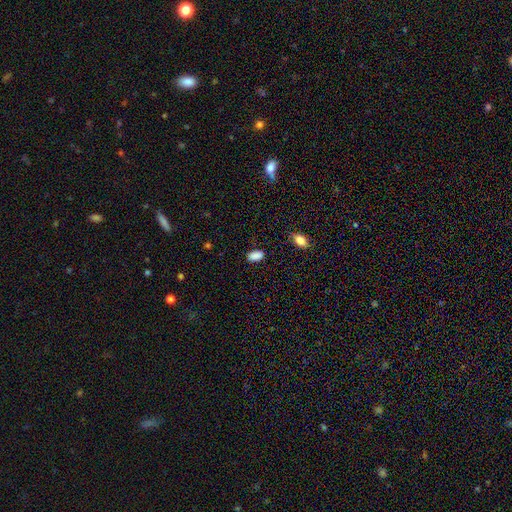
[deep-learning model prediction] This is clearly a smooth galaxy (88%). How rounded: clearly in between (92%). Merging: clearly none (84%).